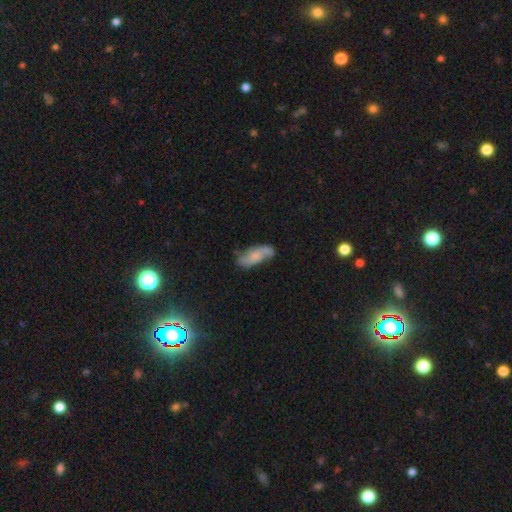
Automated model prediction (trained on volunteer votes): This appears to be a smooth galaxy with no disk features (50%). Merging: none (63%).